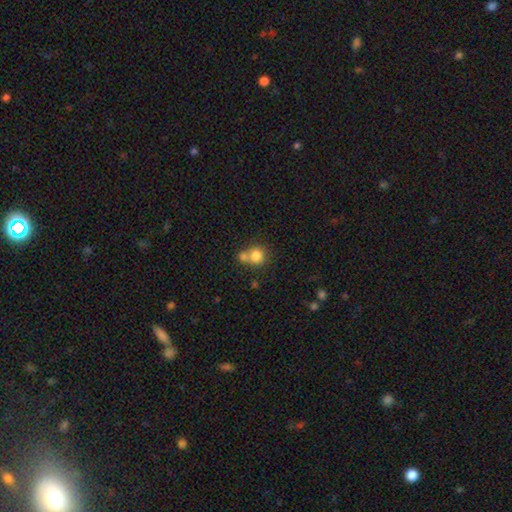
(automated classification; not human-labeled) Smooth or featured? smooth (80%)
How rounded? round (85%)
Merging? merger (46%)